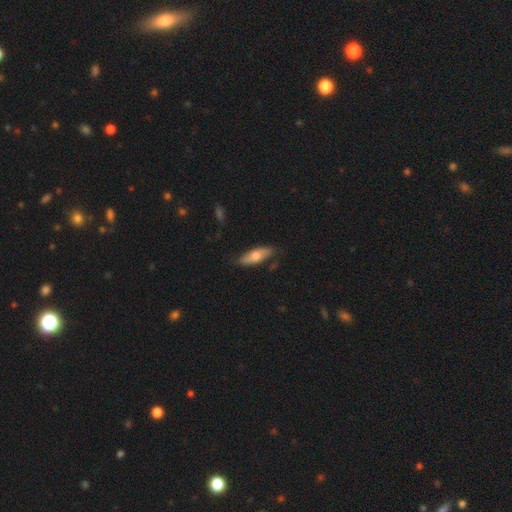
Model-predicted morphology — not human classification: Smooth or featured? Predicted: smooth (p=0.62). How rounded? Predicted: in between (p=0.65). Merging? Predicted: none (p=0.75).